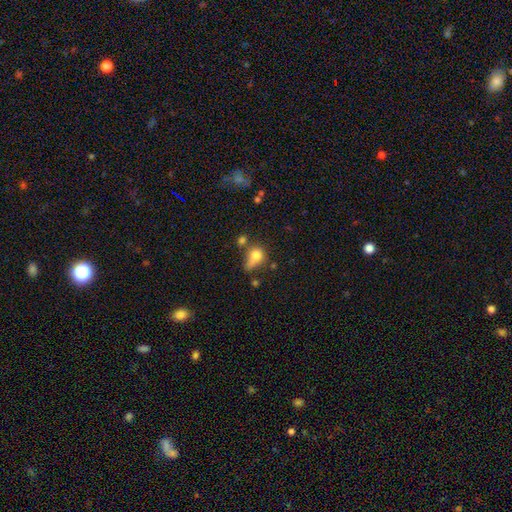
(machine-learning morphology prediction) Smooth or featured? Predicted: smooth (p=0.76). How rounded? Predicted: round (p=0.53). Merging? Predicted: none (p=0.32).